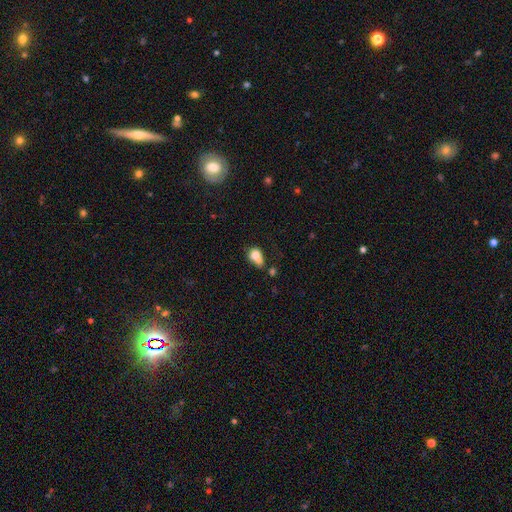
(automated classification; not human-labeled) This is likely a smooth galaxy (74%). How rounded: possibly in between (58%). Merging: marginally merger (38%).